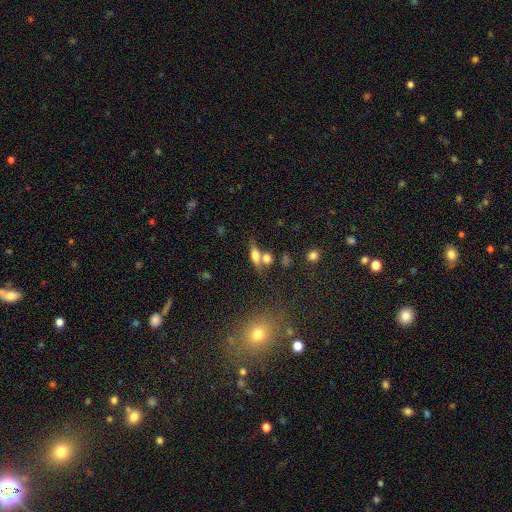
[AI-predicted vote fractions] smooth 59%, featured or disk 29%, star or artifact 12%. Down the decision tree: how rounded — in between (58%); merging — none (48%).